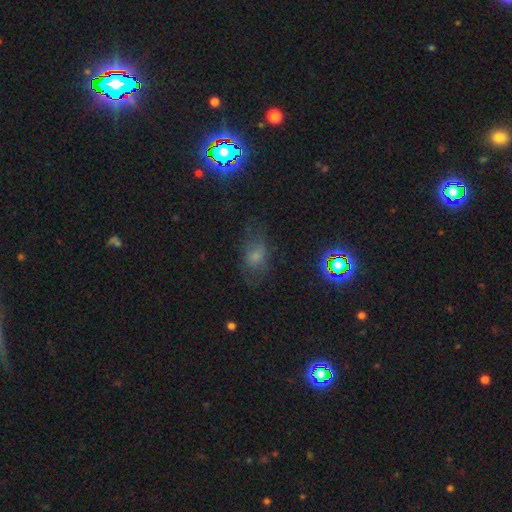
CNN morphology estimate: Smooth or featured? Predicted: smooth (p=0.56). How rounded? Predicted: in between (p=0.79). Merging? Predicted: none (p=0.59).